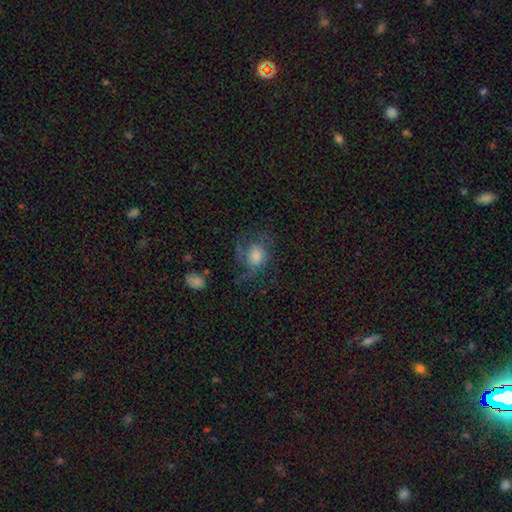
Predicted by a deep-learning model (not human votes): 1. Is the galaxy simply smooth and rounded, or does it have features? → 44% smooth, 42% featured or disk, 14% star or artifact.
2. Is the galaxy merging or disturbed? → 50% none, 27% major disturbance, 20% minor disturbance, 2% merger.